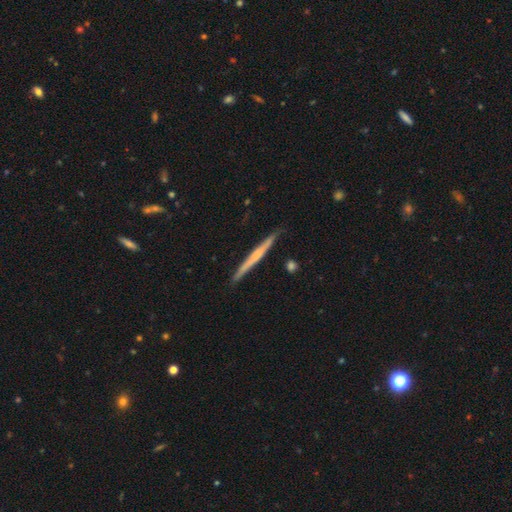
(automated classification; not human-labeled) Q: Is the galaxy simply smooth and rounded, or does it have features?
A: featured or disk — 58%.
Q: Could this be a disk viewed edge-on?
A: yes — 98%.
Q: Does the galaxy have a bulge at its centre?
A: none — 60%.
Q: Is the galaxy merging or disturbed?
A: none — 89%.